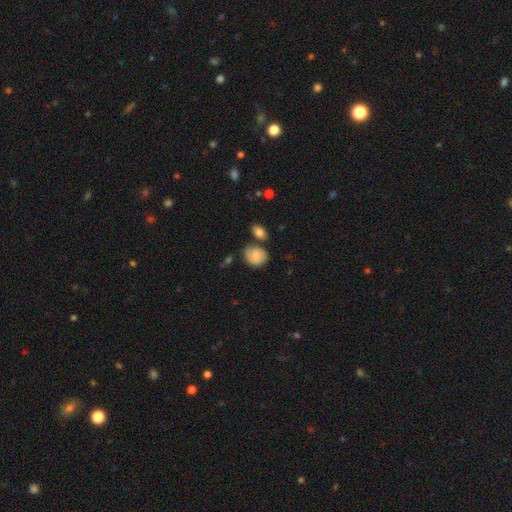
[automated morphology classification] A smooth galaxy with no disk features (71%) that is round (59%).

Vote fractions:
- Smooth or featured? smooth: 71% / featured or disk: 21% / star or artifact: 8%
- How rounded? round: 59% / in between: 40% / cigar-shaped: 1%
- Merging? none: 60% / minor disturbance: 21% / merger: 12% / major disturbance: 6%